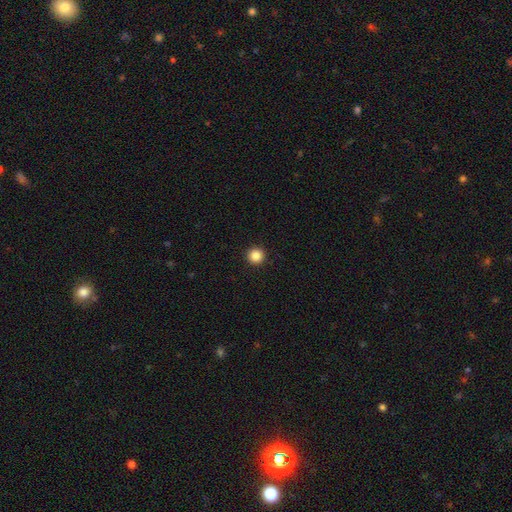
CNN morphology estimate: Smooth or featured: smooth — 86% (star or artifact — 10%)
How rounded: round — 96% (in between — 3%)
Merging: none — 94% (minor disturbance — 4%)